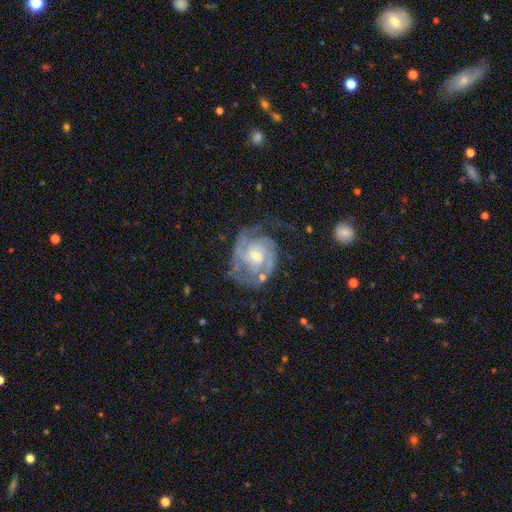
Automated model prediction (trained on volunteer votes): This appears to be a featured or disk galaxy (89%) with no bar (63%), 2 (40%) tight (57%) spiral arms (97%) and a small central bulge (59%). Merging: none (57%).